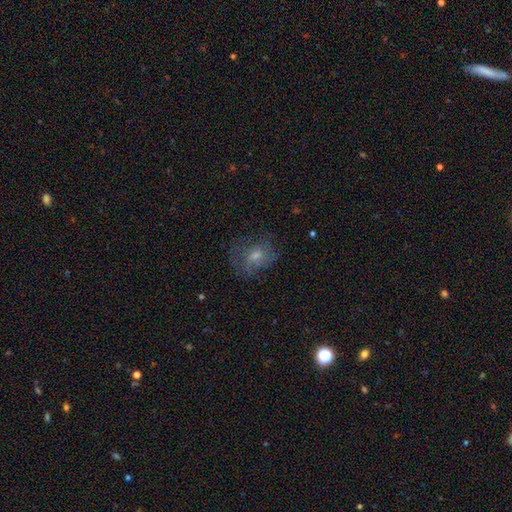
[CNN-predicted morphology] smooth_or_featured: smooth (p=0.43) [alt: featured or disk p=0.42]
merging: none (p=0.56) [alt: minor disturbance p=0.22]